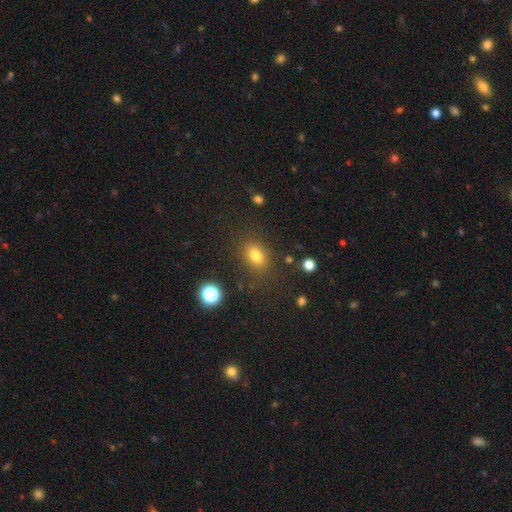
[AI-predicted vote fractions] The model was most divided on "how rounded": in between: 69%, round: 29%, cigar-shaped: 2%. More confident: merging — none (81%); smooth or featured — smooth (78%).